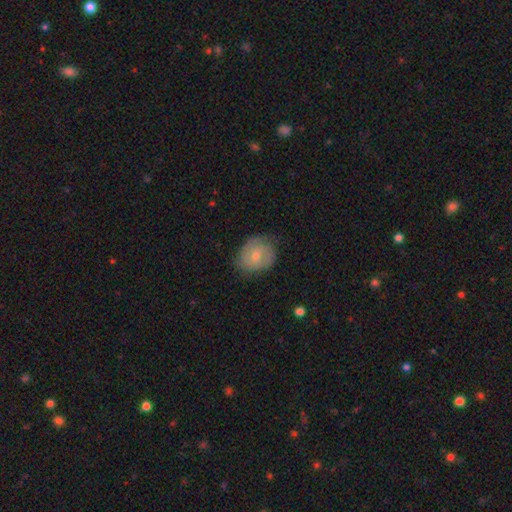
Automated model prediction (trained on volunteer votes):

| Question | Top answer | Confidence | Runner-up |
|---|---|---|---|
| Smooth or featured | smooth | 54% | featured or disk (39%) |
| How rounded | round | 63% | in between (36%) |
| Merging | none | 69% | minor disturbance (24%) |